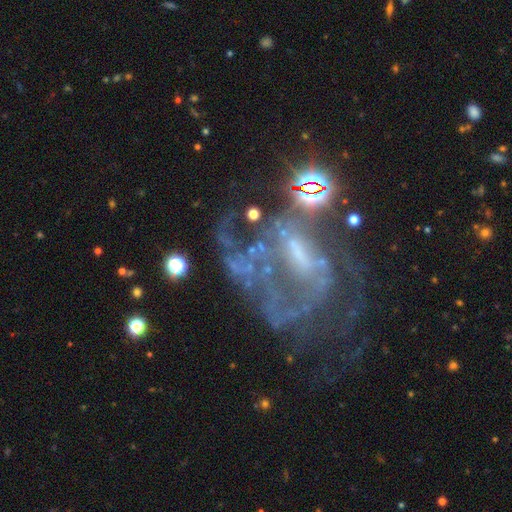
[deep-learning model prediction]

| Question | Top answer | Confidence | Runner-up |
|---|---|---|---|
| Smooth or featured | featured or disk | 74% | star or artifact (17%) |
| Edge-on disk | no | 97% | yes (3%) |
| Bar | no | 43% | weak (39%) |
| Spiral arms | yes | 62% | no (38%) |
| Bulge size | none | 43% | small (32%) |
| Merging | major disturbance | 40% | none (34%) |